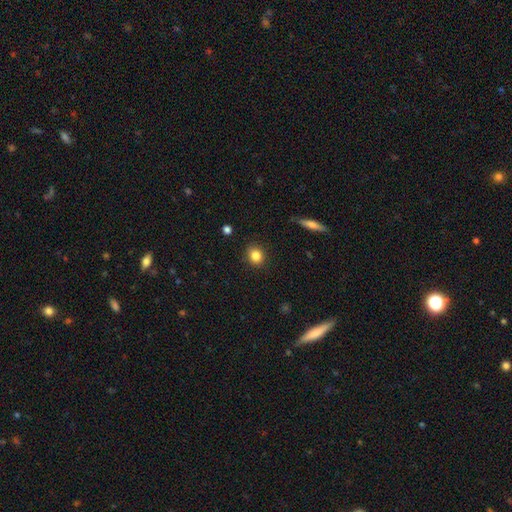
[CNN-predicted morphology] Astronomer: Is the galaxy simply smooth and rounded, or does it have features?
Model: smooth — 84%.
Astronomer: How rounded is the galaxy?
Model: round — 72%.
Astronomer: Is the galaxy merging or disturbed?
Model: none — 88%.